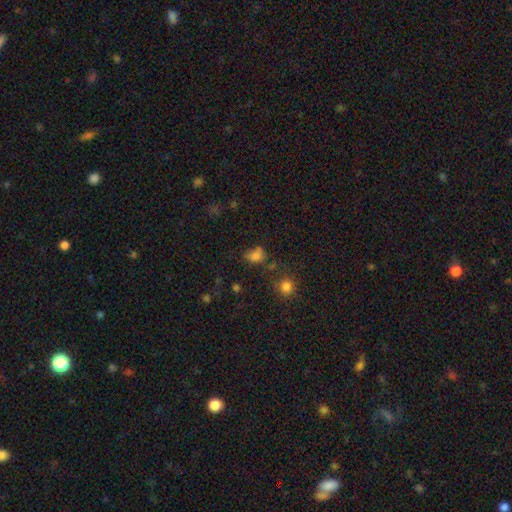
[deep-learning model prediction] This appears to be a smooth galaxy with no disk features (78%) that is in between round and cigar-shaped (62%). Merging: none (53%).